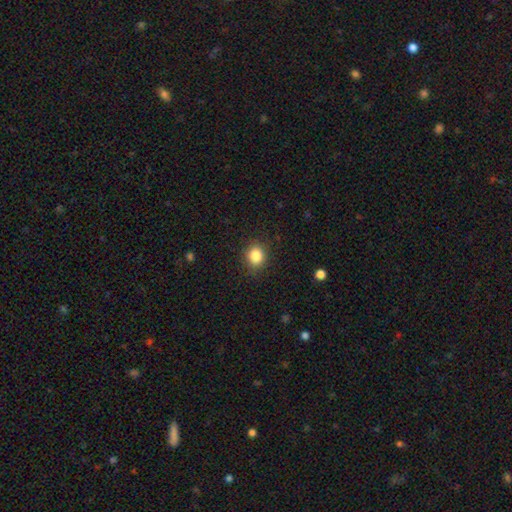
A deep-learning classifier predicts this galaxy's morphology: Smooth or featured?
  - smooth: 85% *
  - star or artifact: 10%
  - featured or disk: 5%
How rounded?
  - round: 67% *
  - in between: 32%
  - cigar-shaped: 1%
Merging?
  - none: 87% *
  - minor disturbance: 9%
  - major disturbance: 3%
  - merger: 1%